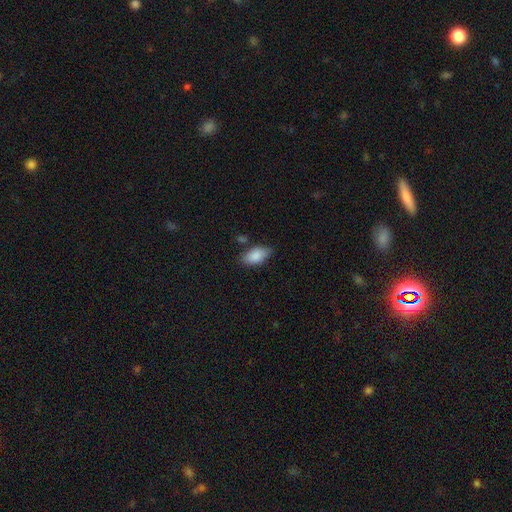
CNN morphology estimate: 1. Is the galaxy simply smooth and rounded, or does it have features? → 86% smooth, 7% featured or disk, 7% star or artifact.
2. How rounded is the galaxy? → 91% in between, 6% cigar-shaped, 3% round.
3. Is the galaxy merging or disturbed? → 74% none, 18% minor disturbance, 4% merger, 4% major disturbance.